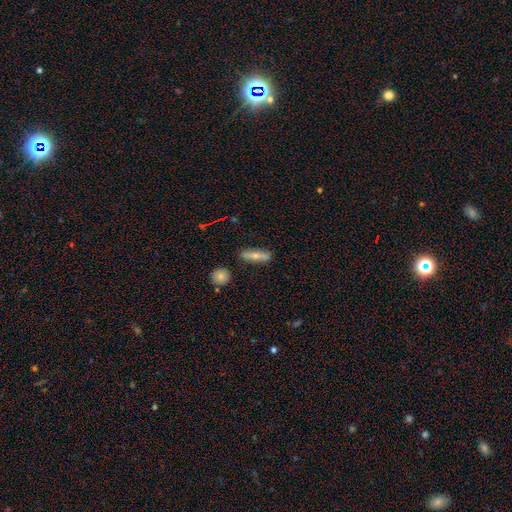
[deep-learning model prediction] The model was most divided on "how rounded": cigar-shaped: 58%, in between: 38%, round: 4%. More confident: merging — none (85%); smooth or featured — smooth (58%).